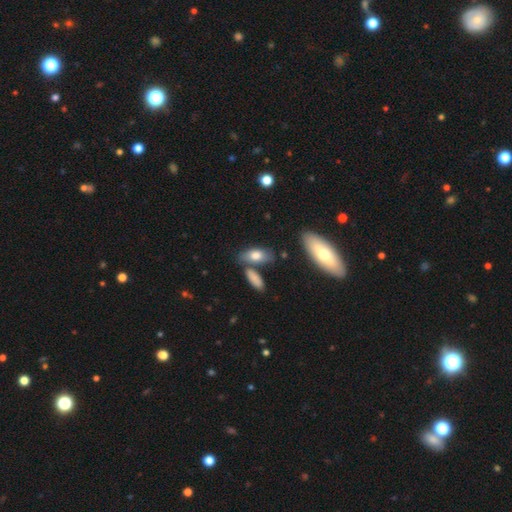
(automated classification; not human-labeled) smooth_or_featured: smooth (p=0.76) [alt: featured or disk p=0.17]
how_rounded: in between (p=0.85) [alt: cigar-shaped p=0.11]
merging: none (p=0.61) [alt: merger p=0.19]